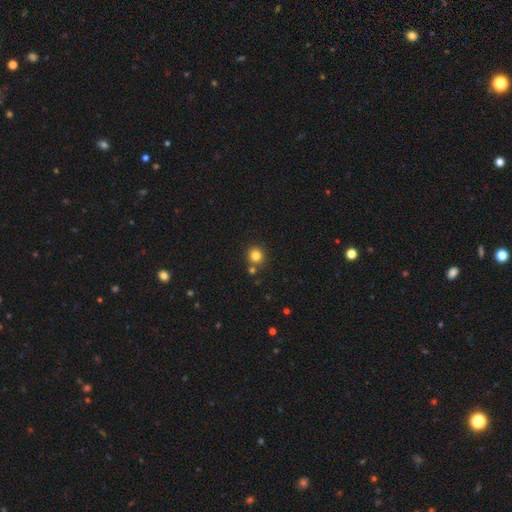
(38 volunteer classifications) This is clearly a smooth galaxy (87%). How rounded: clearly round (97%). Merging: clearly none (81%).